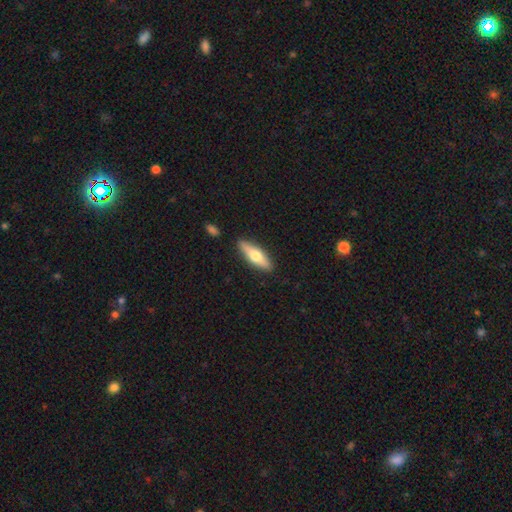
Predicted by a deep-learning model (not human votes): This appears to be a smooth galaxy with no disk features (57%) that is cigar-shaped (59%). Merging: none (88%).